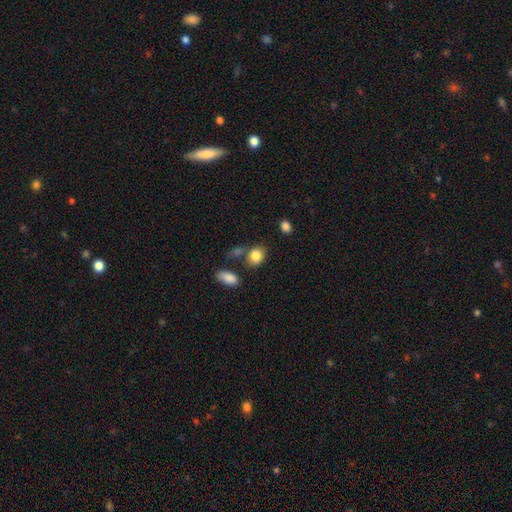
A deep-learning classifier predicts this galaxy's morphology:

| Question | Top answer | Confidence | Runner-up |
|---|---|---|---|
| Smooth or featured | smooth | 85% | star or artifact (8%) |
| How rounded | in between | 58% | round (41%) |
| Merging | none | 63% | minor disturbance (16%) |